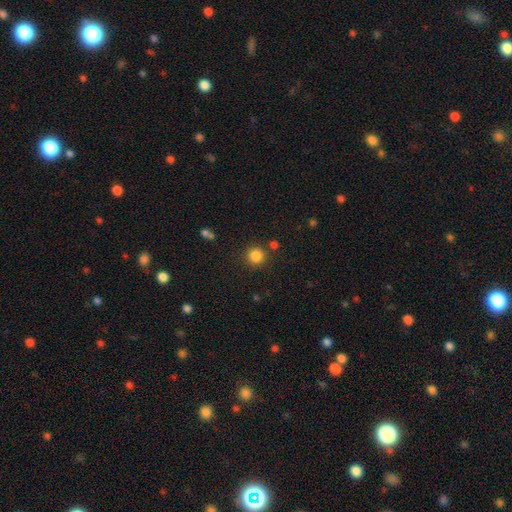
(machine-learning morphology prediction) This appears to be a smooth galaxy with no disk features (84%) that is round (93%). Merging: none (84%).